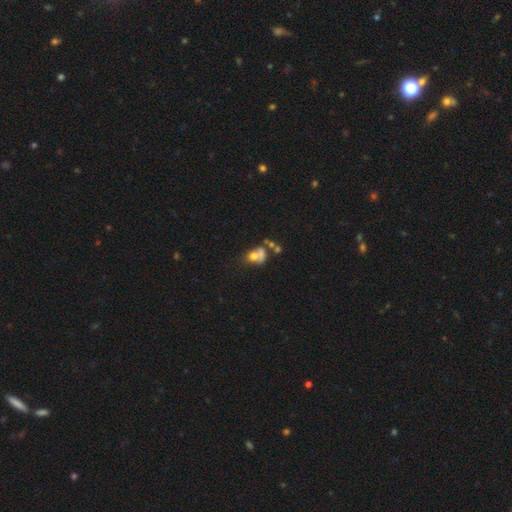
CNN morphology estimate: Smooth or featured? Predicted: smooth (p=0.58). How rounded? Predicted: in between (p=0.53). Merging? Predicted: merger (p=0.44).